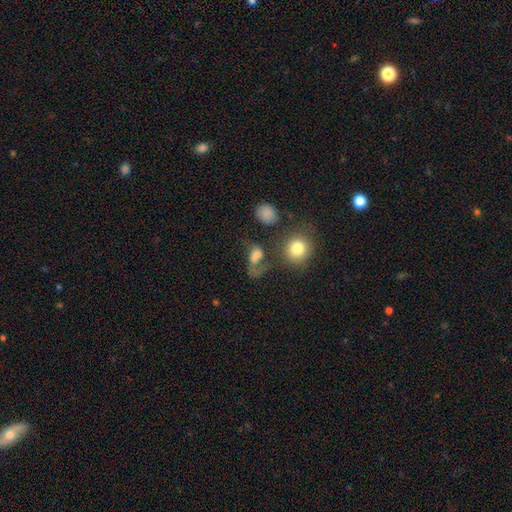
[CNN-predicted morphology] Smooth or featured? smooth (65%)
How rounded? in between (63%)
Merging? major disturbance (30%, tied with none)